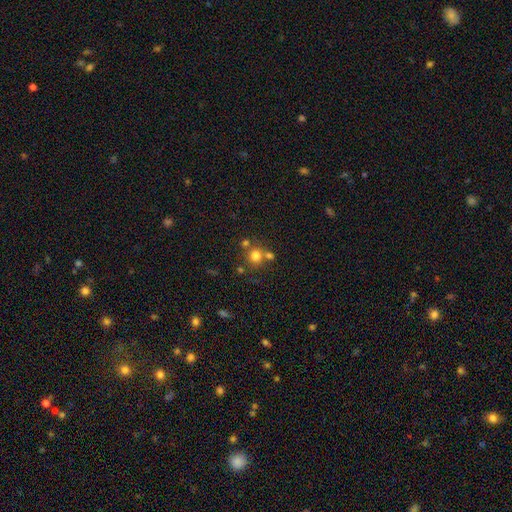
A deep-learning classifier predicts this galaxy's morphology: smooth 76%, star or artifact 15%, featured or disk 9%. Down the decision tree: how rounded — round (90%); merging — none (63%).